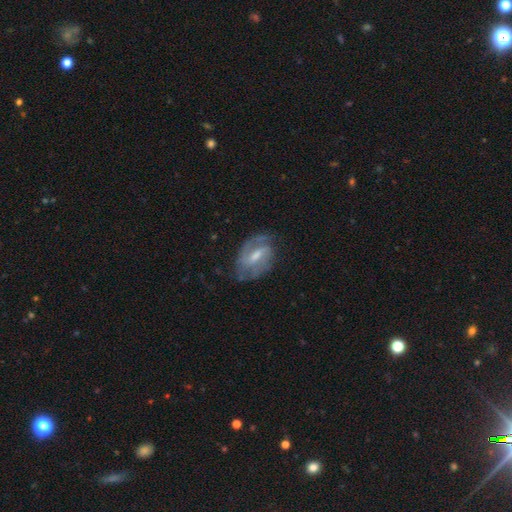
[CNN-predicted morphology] Smooth or featured? Predicted: featured or disk (p=0.82). Edge-on disk? Predicted: no (p=0.96). Bar? Predicted: weak (p=0.52). Spiral arms? Predicted: yes (p=0.93). Spiral winding? Predicted: medium (p=0.48). Spiral arm count? Predicted: 2 (p=0.78). Bulge size? Predicted: moderate (p=0.48). Merging? Predicted: none (p=0.71).